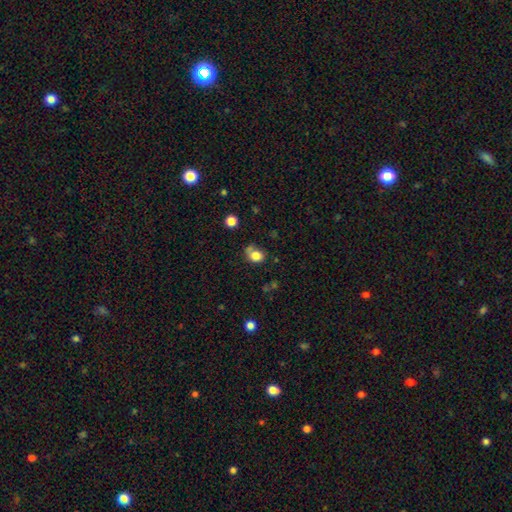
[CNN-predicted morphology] smooth 81%, star or artifact 11%, featured or disk 8%. Down the decision tree: how rounded — round (58%); merging — none (57%).